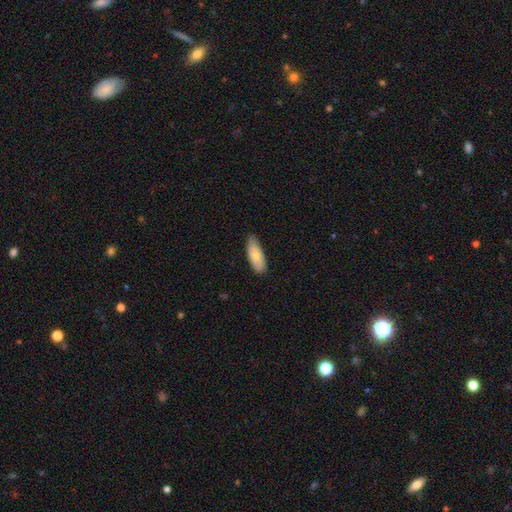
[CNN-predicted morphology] The model was most divided on "merging": none: 74%, minor disturbance: 22%, major disturbance: 3%, merger: 1%. More confident: how rounded — in between (79%); smooth or featured — smooth (75%).